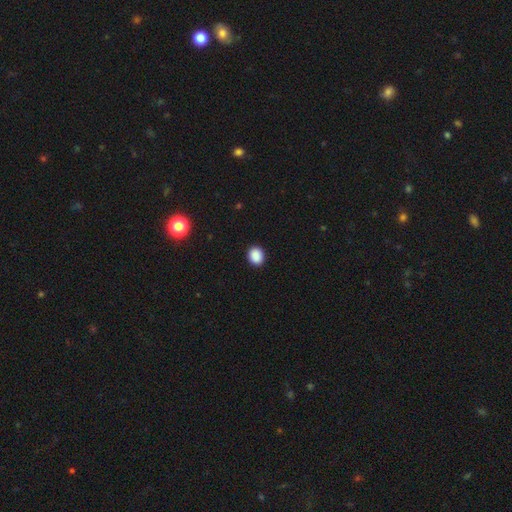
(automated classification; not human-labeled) smooth_or_featured: smooth (p=0.89) [alt: star or artifact p=0.09]
how_rounded: round (p=0.62) [alt: in between p=0.37]
merging: none (p=0.91) [alt: minor disturbance p=0.06]